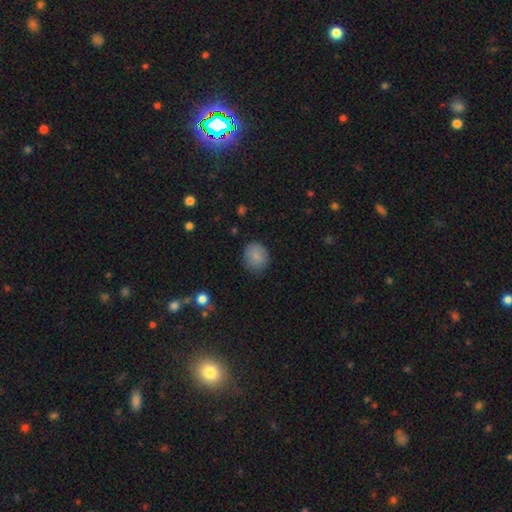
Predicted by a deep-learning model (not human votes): A smooth galaxy with no disk features (85%) that is round (74%). Merging: none (80%).